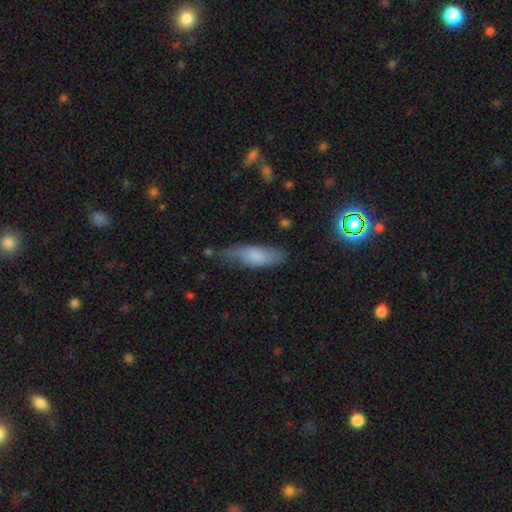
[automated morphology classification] A smooth galaxy with no disk features (75%) that is in between round and cigar-shaped (58%).

Vote fractions:
- Smooth or featured? smooth: 75% / featured or disk: 18% / star or artifact: 7%
- How rounded? in between: 58% / cigar-shaped: 40% / round: 2%
- Merging? none: 56% / minor disturbance: 32% / major disturbance: 9% / merger: 3%